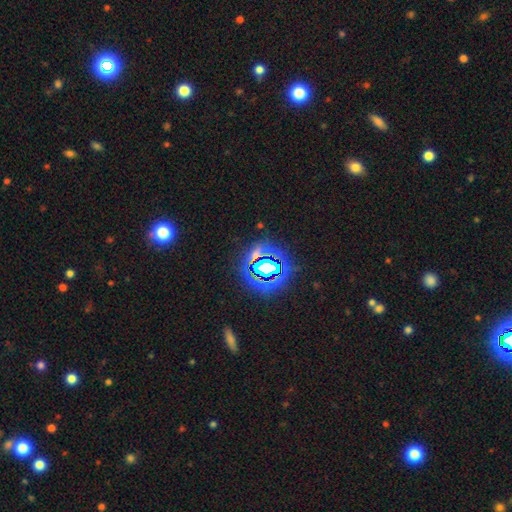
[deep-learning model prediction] Smooth or featured? star or artifact (73%)